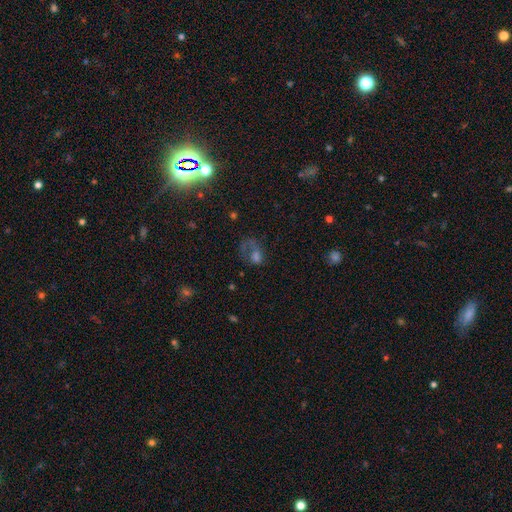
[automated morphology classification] Overall: smooth (39%; featured or disk 34%). Merging: major disturbance (44%; none 34%).